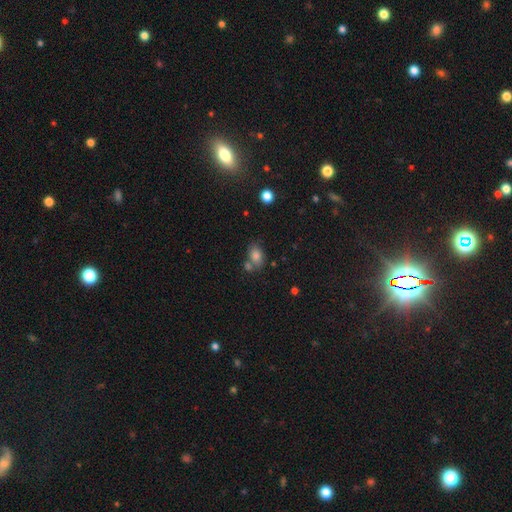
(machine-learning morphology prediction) The model was most divided on "merging": none: 56%, merger: 25%, minor disturbance: 15%, major disturbance: 5%. More confident: smooth or featured — smooth (80%); how rounded — in between (78%).